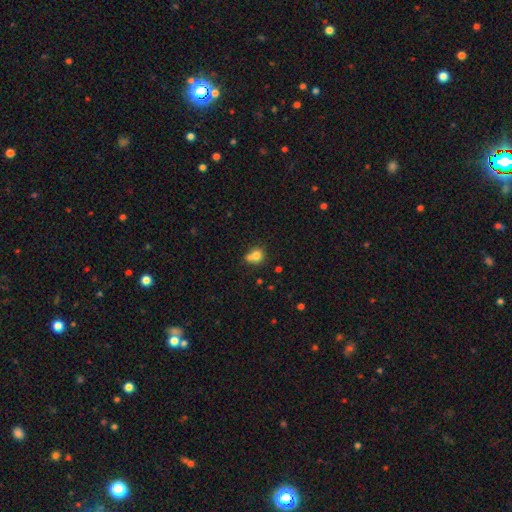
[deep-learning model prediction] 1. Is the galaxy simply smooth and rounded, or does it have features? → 75% smooth, 13% featured or disk, 11% star or artifact.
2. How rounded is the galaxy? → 73% round, 26% in between, 1% cigar-shaped.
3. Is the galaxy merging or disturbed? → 43% merger, 39% none, 13% minor disturbance, 5% major disturbance.